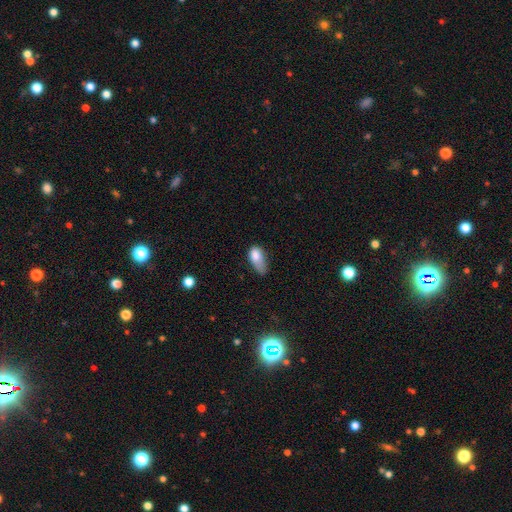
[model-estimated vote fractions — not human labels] This is likely a smooth galaxy (78%). How rounded: clearly in between (87%). Merging: marginally minor disturbance (44%).